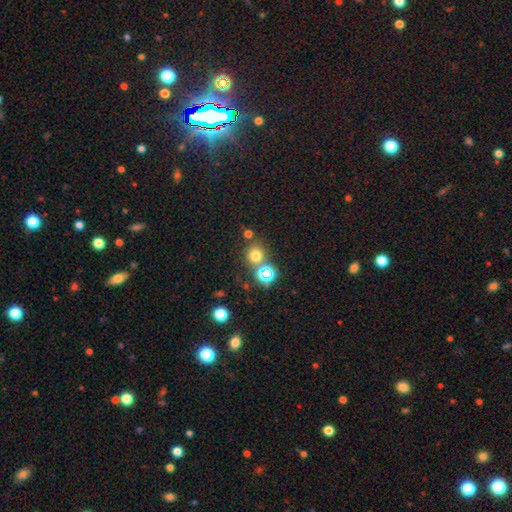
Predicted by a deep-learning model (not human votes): This appears to be a smooth galaxy with no disk features (68%) that is round (85%). Merging: none (71%).